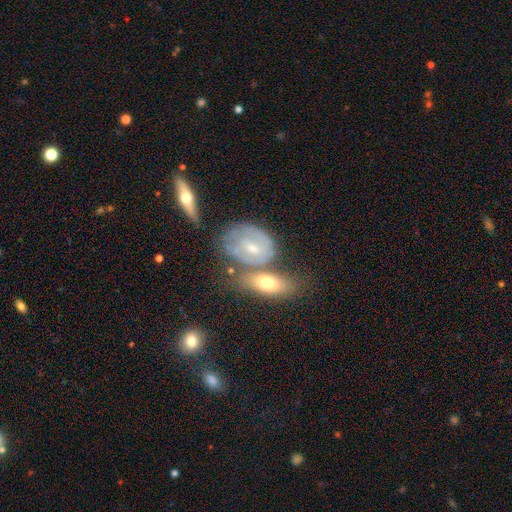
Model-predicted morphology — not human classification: Smooth or featured?
  - featured or disk: 67% *
  - smooth: 22%
  - star or artifact: 11%
Edge-on disk?
  - no: 76% *
  - yes: 24%
Bar?
  - no: 66% *
  - weak: 25%
  - strong: 9%
Spiral arms?
  - yes: 76% *
  - no: 24%
Bulge size?
  - small: 48% *
  - moderate: 46%
  - large: 3%
  - none: 2%
  - dominant: 1%
Merging?
  - none: 50% *
  - merger: 30%
  - minor disturbance: 14%
  - major disturbance: 6%